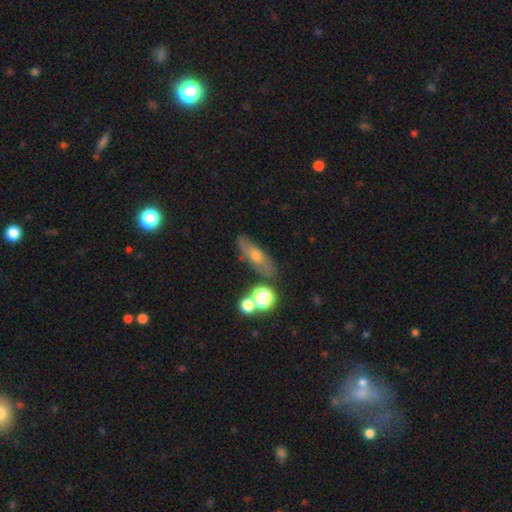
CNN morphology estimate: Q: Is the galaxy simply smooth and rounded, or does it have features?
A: smooth — 52%.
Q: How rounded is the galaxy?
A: in between — 47%.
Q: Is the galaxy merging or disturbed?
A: none — 73%.